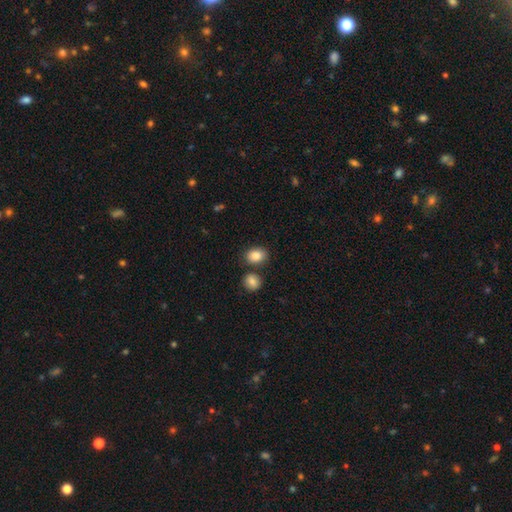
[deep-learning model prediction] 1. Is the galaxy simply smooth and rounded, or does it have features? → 86% smooth, 8% star or artifact, 6% featured or disk.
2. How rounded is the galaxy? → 68% in between, 31% round, 1% cigar-shaped.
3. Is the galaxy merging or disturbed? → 73% none, 13% merger, 11% minor disturbance, 3% major disturbance.